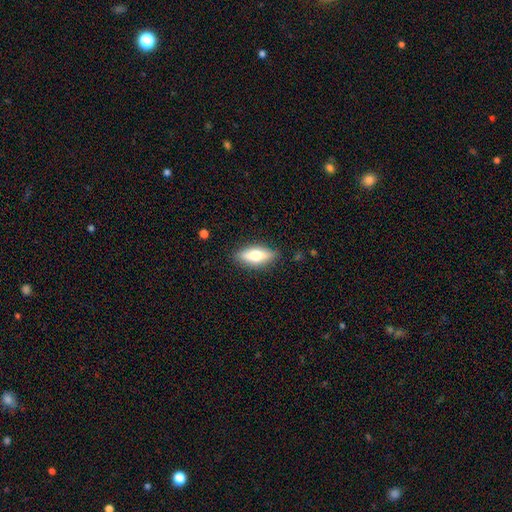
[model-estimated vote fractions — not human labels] Smooth or featured?
  - smooth: 59% *
  - featured or disk: 34%
  - star or artifact: 7%
How rounded?
  - in between: 74% *
  - cigar-shaped: 23%
  - round: 4%
Merging?
  - none: 86% *
  - minor disturbance: 10%
  - major disturbance: 2%
  - merger: 1%